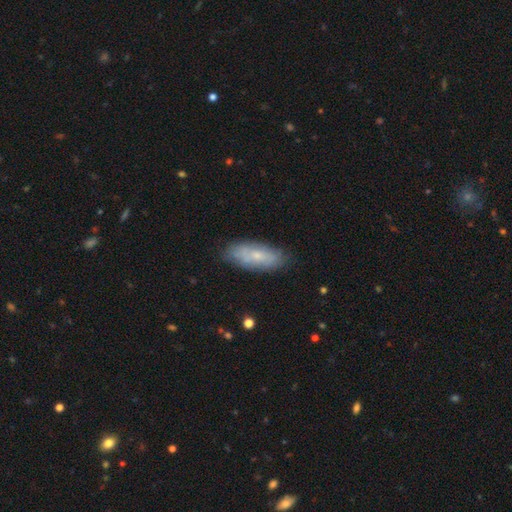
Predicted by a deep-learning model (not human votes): Smooth or featured?
  - smooth: 59% *
  - featured or disk: 34%
  - star or artifact: 7%
How rounded?
  - in between: 79% *
  - cigar-shaped: 19%
  - round: 3%
Merging?
  - none: 78% *
  - minor disturbance: 17%
  - major disturbance: 3%
  - merger: 2%